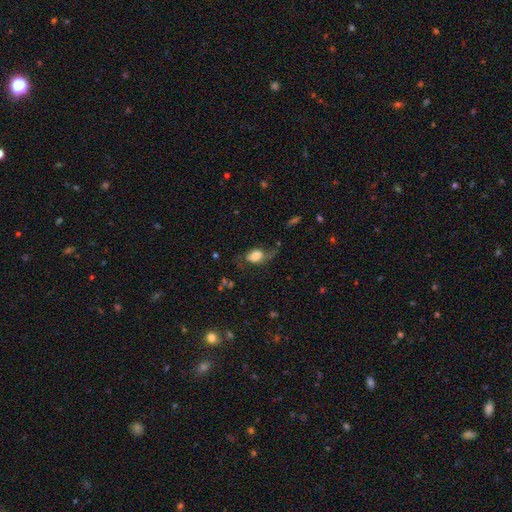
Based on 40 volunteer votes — This appears to be a smooth galaxy with no disk features (65%) that is in between round and cigar-shaped (81%). Merging: major disturbance (41%).